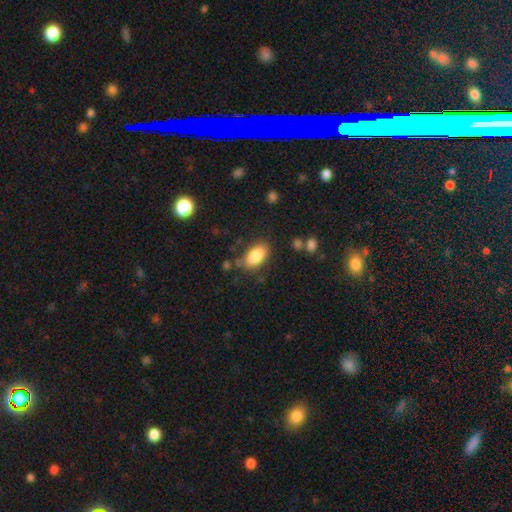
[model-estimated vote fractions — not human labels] The model was most divided on "merging": none: 77%, minor disturbance: 15%, major disturbance: 4%, merger: 4%. More confident: how rounded — in between (92%); smooth or featured — smooth (86%).